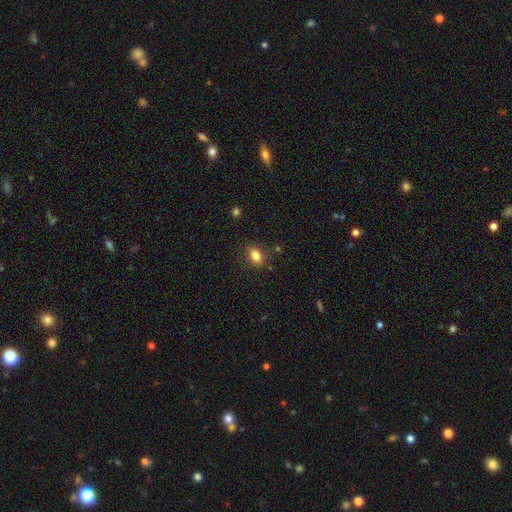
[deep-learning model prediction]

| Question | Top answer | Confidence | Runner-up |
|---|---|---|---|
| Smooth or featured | smooth | 83% | star or artifact (10%) |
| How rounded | in between | 82% | round (14%) |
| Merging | none | 82% | minor disturbance (12%) |